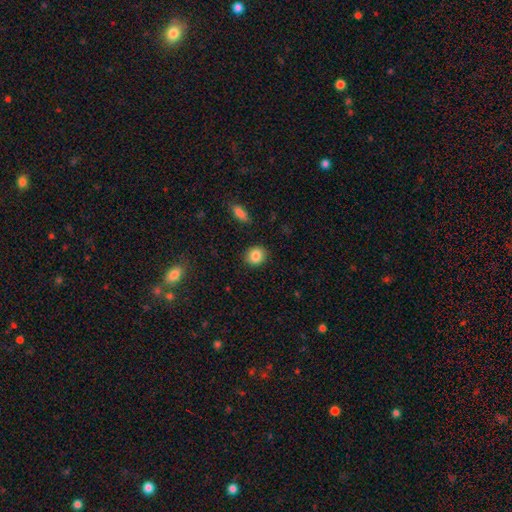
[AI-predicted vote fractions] smooth-or-featured: smooth: 86% | star or artifact: 9% | featured or disk: 6%
  how-rounded: round: 75% | in between: 24% | cigar-shaped: 1%
  merging: none: 90% | minor disturbance: 7% | major disturbance: 2% | merger: 1%